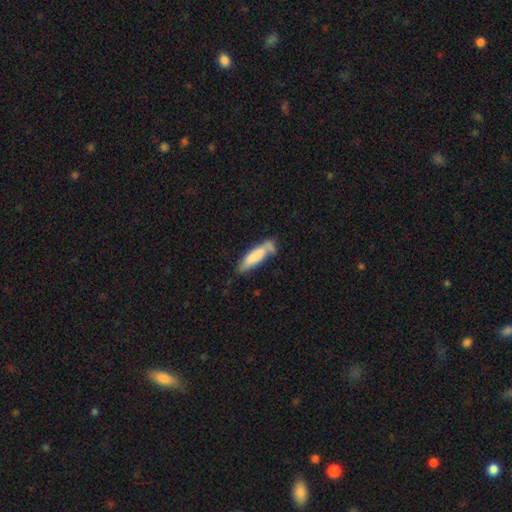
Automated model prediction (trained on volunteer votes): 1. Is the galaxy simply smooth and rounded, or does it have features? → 76% smooth, 18% featured or disk, 6% star or artifact.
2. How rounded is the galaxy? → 66% cigar-shaped, 33% in between, 2% round.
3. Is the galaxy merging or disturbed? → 48% none, 25% minor disturbance, 17% merger, 10% major disturbance.